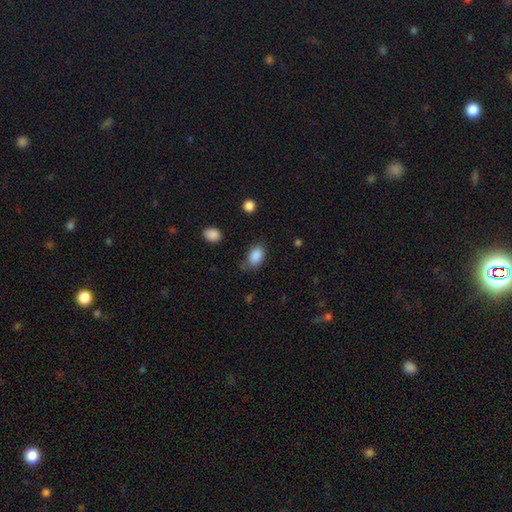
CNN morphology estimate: The model was most divided on "merging": none: 67%, minor disturbance: 24%, major disturbance: 7%, merger: 3%. More confident: smooth or featured — smooth (87%); how rounded — in between (87%).